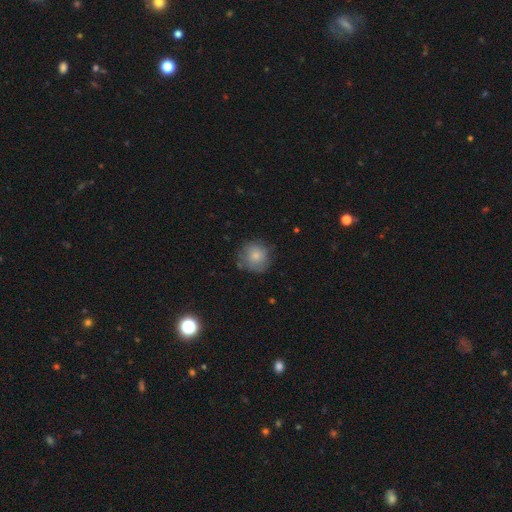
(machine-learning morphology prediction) smooth 78%, featured or disk 14%, star or artifact 8%. Down the decision tree: how rounded — round (89%); merging — none (71%).